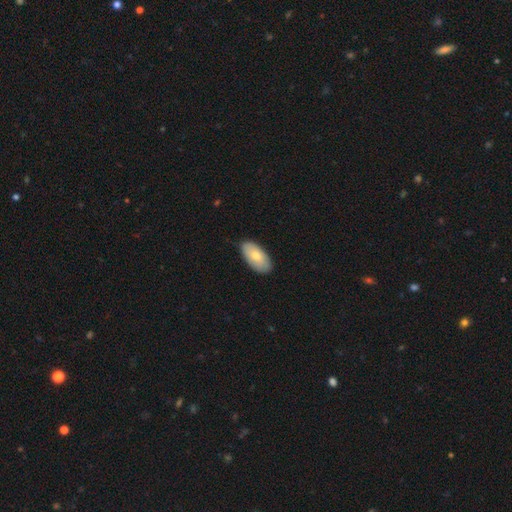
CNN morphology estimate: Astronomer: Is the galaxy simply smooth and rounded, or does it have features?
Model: smooth — 75%.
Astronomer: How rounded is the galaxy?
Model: in between — 95%.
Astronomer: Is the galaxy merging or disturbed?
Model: none — 86%.